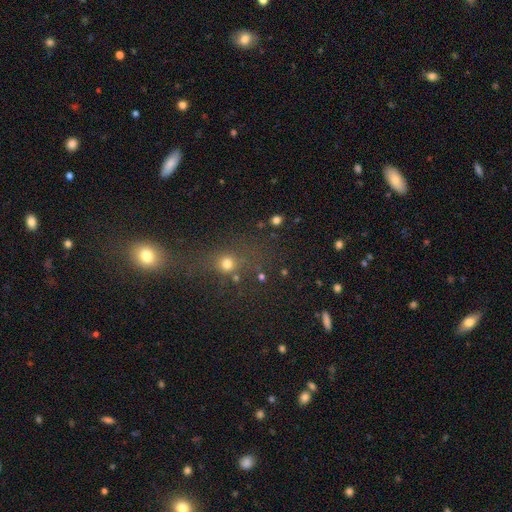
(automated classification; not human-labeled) A smooth galaxy with no disk features (48%). Merging: none (50%).